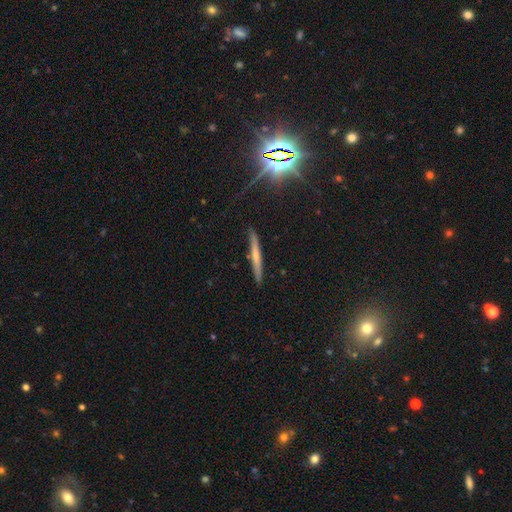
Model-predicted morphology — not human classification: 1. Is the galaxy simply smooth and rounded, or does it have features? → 47% featured or disk, 45% smooth, 8% star or artifact.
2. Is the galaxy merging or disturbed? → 87% none, 10% minor disturbance, 2% major disturbance, 1% merger.